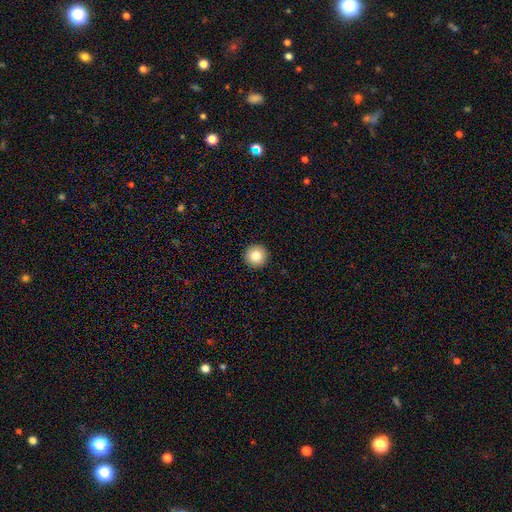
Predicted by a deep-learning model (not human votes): Smooth or featured? Predicted: smooth (p=0.83). How rounded? Predicted: round (p=0.96). Merging? Predicted: none (p=0.94).